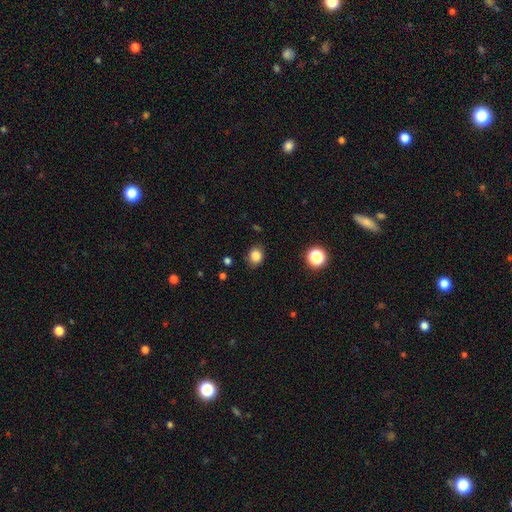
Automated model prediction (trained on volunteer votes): This is clearly a smooth galaxy (84%). How rounded: likely round (67%). Merging: clearly none (82%).